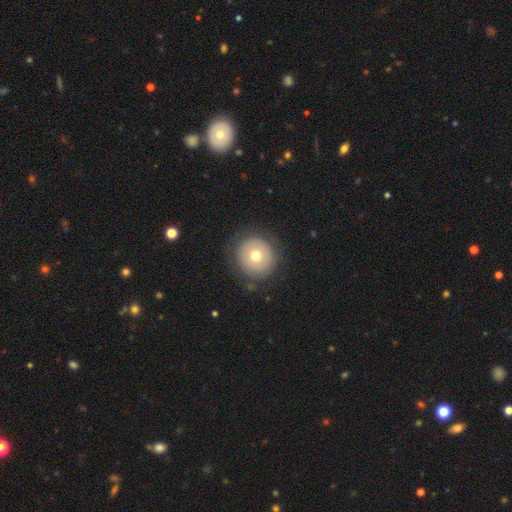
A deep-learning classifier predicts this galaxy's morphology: The model was most divided on "smooth or featured": smooth: 63%, featured or disk: 29%, star or artifact: 8%. More confident: how rounded — round (95%); merging — none (85%).